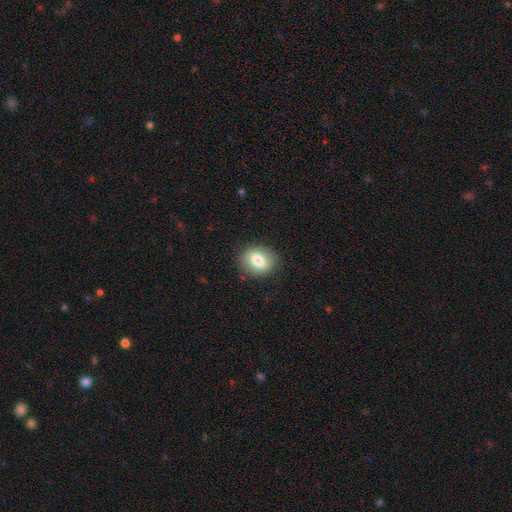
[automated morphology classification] smooth_or_featured: smooth (p=0.74) [alt: featured or disk p=0.17]
how_rounded: round (p=0.57) [alt: in between p=0.42]
merging: none (p=0.86) [alt: minor disturbance p=0.10]